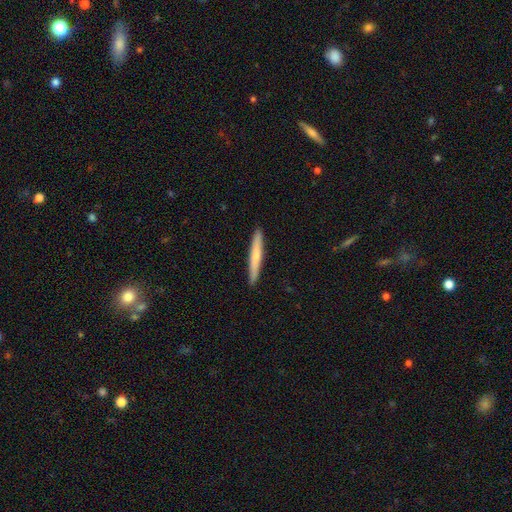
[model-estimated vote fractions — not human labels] Q: Smooth or featured?
A: smooth (62%); runner-up: featured or disk (33%)
Q: How rounded?
A: cigar-shaped (96%); runner-up: in between (3%)
Q: Merging?
A: none (92%); runner-up: minor disturbance (6%)